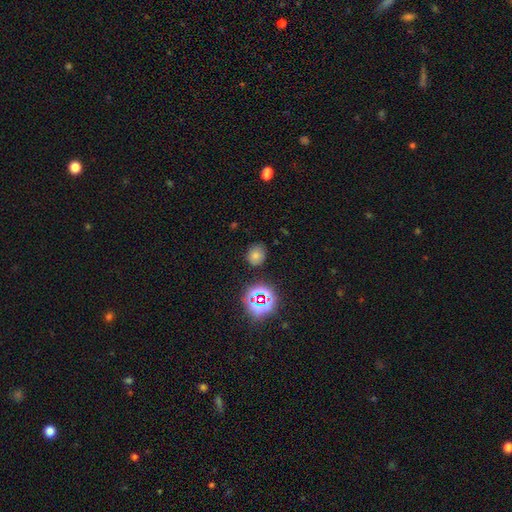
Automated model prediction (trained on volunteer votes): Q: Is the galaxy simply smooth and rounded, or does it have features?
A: smooth — 69%.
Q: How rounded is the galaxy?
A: round — 65%.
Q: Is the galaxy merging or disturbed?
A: none — 80%.